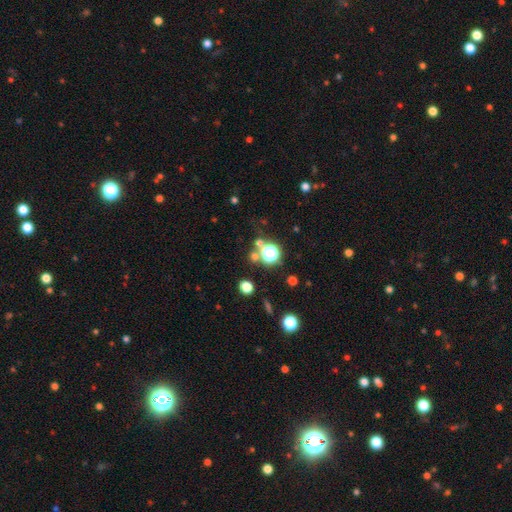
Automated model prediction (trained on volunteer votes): Morphology: type=smooth (47%); merging=none (69%).